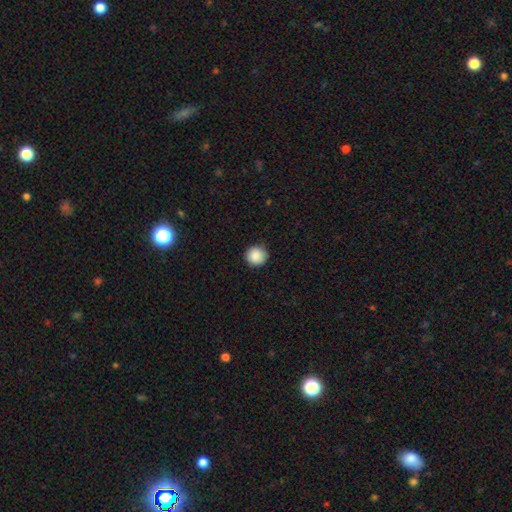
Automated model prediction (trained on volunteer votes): smooth 88%, star or artifact 8%, featured or disk 3%. Down the decision tree: how rounded — round (94%); merging — none (89%).